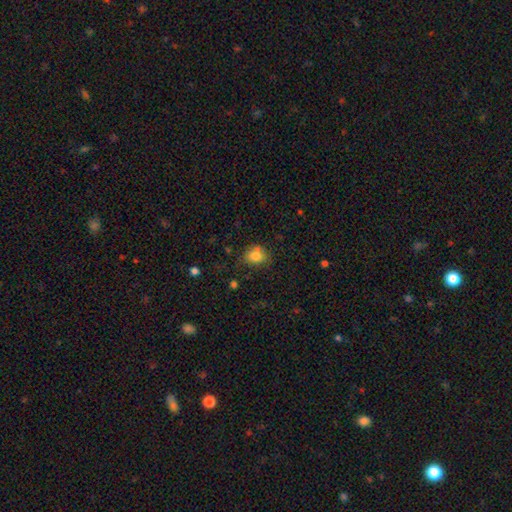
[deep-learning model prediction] This is clearly a smooth galaxy (81%). How rounded: possibly round (56%). Merging: likely none (62%).